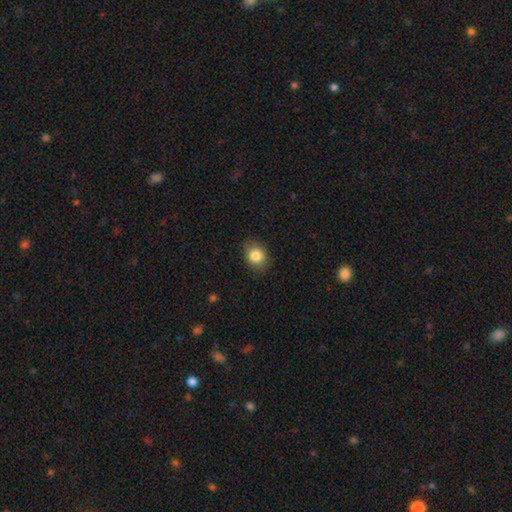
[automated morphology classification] The model was most divided on "how rounded": round: 59%, in between: 40%, cigar-shaped: 1%. More confident: merging — none (86%); smooth or featured — smooth (85%).